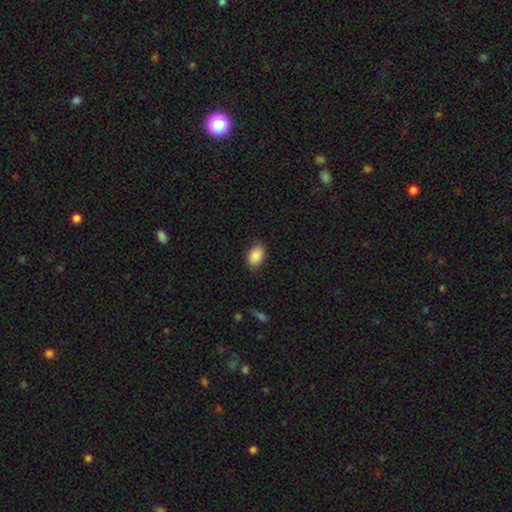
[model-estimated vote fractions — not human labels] Q: Smooth or featured?
A: smooth (89%); runner-up: star or artifact (7%)
Q: How rounded?
A: in between (88%); runner-up: round (11%)
Q: Merging?
A: none (84%); runner-up: minor disturbance (12%)